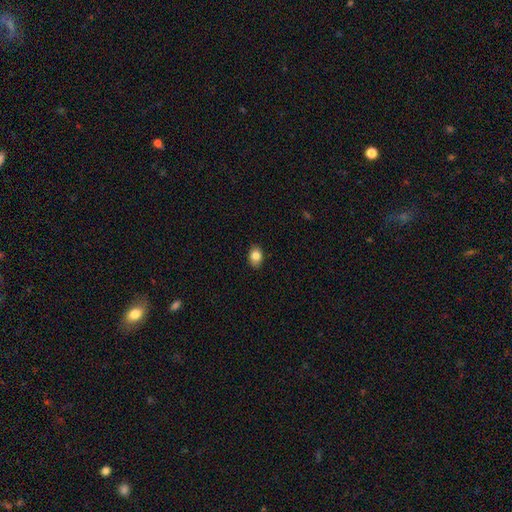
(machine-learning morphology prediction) A smooth galaxy with no disk features (84%) that is in between round and cigar-shaped (73%).

Vote fractions:
- Smooth or featured? smooth: 84% / star or artifact: 9% / featured or disk: 8%
- How rounded? in between: 73% / round: 25% / cigar-shaped: 1%
- Merging? none: 87% / minor disturbance: 10% / major disturbance: 2% / merger: 1%